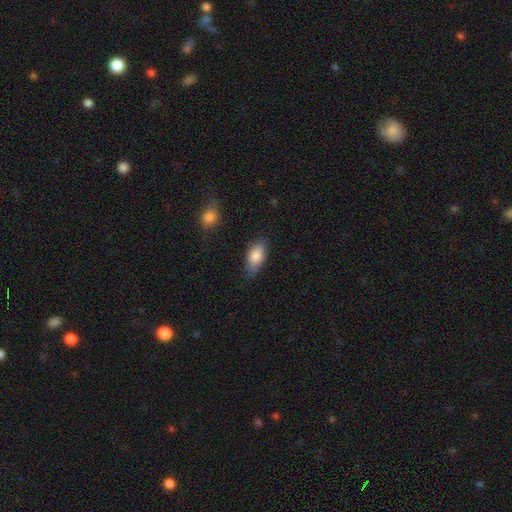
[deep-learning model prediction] A smooth galaxy with no disk features (84%) that is in between round and cigar-shaped (88%).

Vote fractions:
- Smooth or featured? smooth: 84% / featured or disk: 9% / star or artifact: 7%
- How rounded? in between: 88% / cigar-shaped: 8% / round: 4%
- Merging? none: 74% / minor disturbance: 19% / major disturbance: 4% / merger: 2%